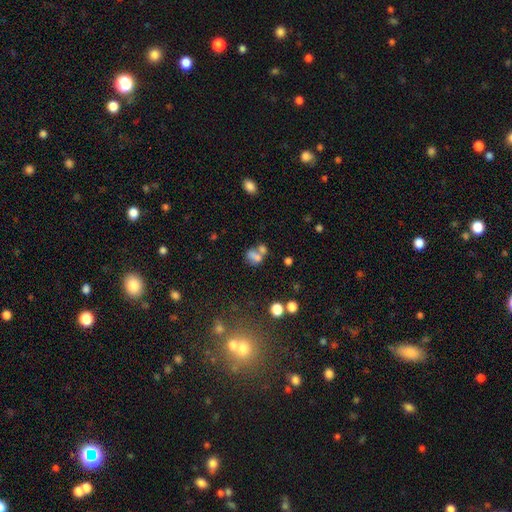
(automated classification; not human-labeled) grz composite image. It shows a smooth galaxy with no disk features (69%) that is in between round and cigar-shaped (63%). Merging: merger (53%).